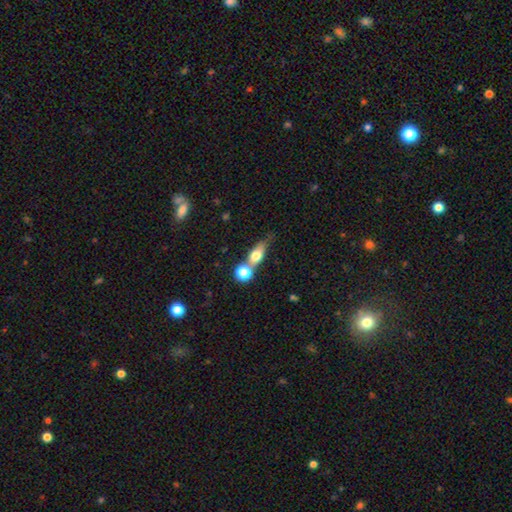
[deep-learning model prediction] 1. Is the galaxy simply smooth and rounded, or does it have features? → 67% smooth, 23% featured or disk, 10% star or artifact.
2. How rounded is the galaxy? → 55% in between, 24% round, 21% cigar-shaped.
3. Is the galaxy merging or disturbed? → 42% merger, 39% none, 12% minor disturbance, 7% major disturbance.